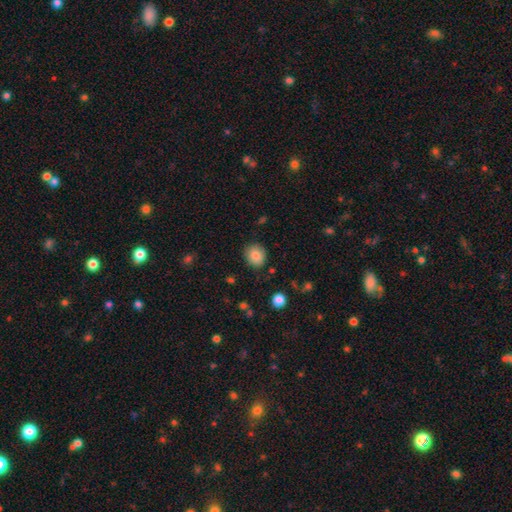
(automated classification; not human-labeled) This is clearly a smooth galaxy (85%). How rounded: likely round (76%). Merging: clearly none (87%).